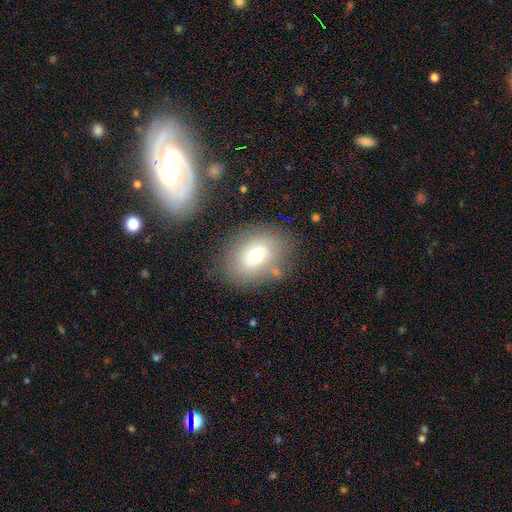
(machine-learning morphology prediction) Q: Smooth or featured?
A: smooth (58%); runner-up: featured or disk (31%)
Q: How rounded?
A: in between (64%); runner-up: round (35%)
Q: Merging?
A: none (73%); runner-up: minor disturbance (16%)